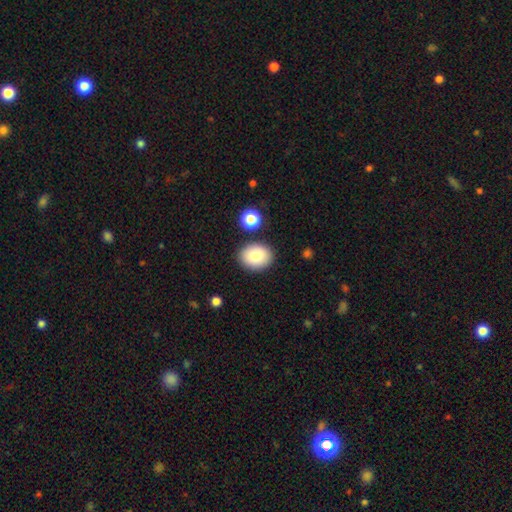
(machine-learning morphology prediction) smooth_or_featured: smooth (p=0.84) [alt: star or artifact p=0.08]
how_rounded: in between (p=0.64) [alt: round p=0.35]
merging: none (p=0.84) [alt: minor disturbance p=0.09]